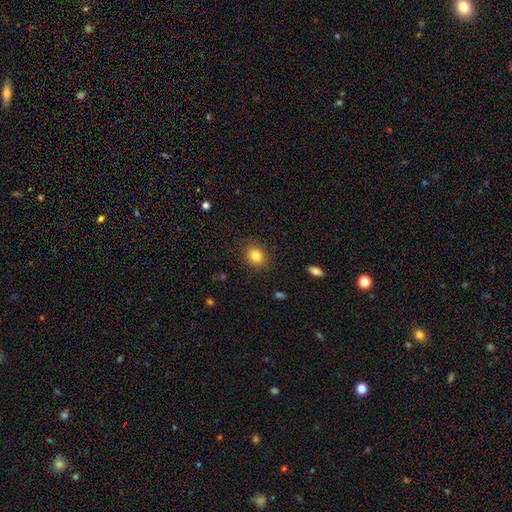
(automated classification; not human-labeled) Overall: smooth (83%). How rounded: round (61%; in between 38%). Merging: none (86%).